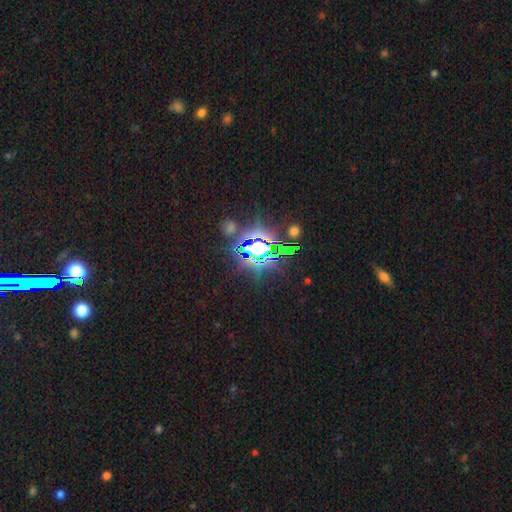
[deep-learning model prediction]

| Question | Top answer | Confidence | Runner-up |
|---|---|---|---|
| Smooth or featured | star or artifact | 84% | smooth (10%) |